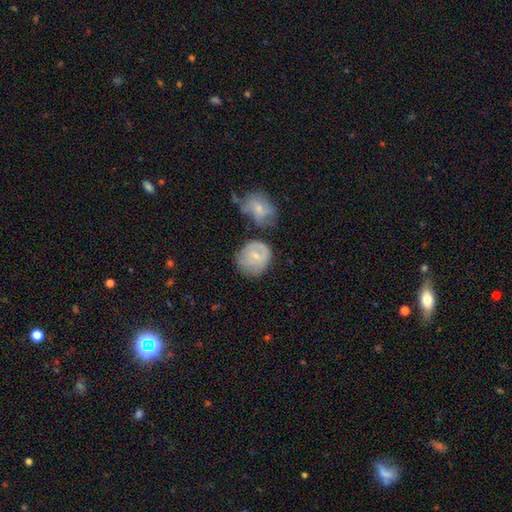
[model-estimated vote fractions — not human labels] A smooth galaxy with no disk features (59%) that is round (74%).

Vote fractions:
- Smooth or featured? smooth: 59% / featured or disk: 34% / star or artifact: 7%
- How rounded? round: 74% / in between: 25% / cigar-shaped: 1%
- Merging? none: 48% / minor disturbance: 23% / merger: 17% / major disturbance: 11%